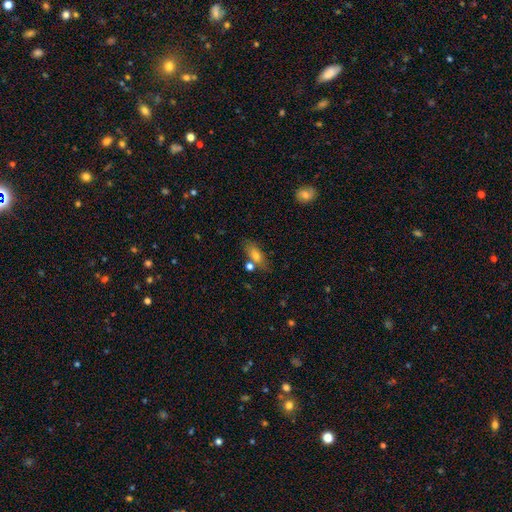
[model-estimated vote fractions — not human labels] A smooth galaxy with no disk features (71%) that is in between round and cigar-shaped (76%).

Vote fractions:
- Smooth or featured? smooth: 71% / featured or disk: 21% / star or artifact: 8%
- How rounded? in between: 76% / cigar-shaped: 19% / round: 5%
- Merging? none: 63% / minor disturbance: 16% / merger: 16% / major disturbance: 5%